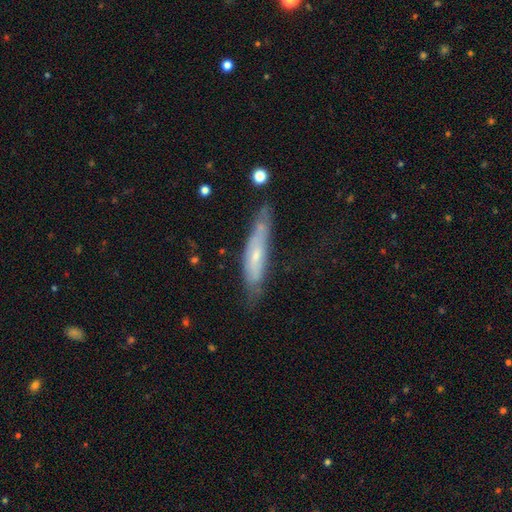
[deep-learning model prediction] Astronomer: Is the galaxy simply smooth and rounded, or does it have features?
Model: featured or disk — 52% (runner-up: smooth, 41%).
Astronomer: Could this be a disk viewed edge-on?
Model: yes — 59% (runner-up: no, 41%).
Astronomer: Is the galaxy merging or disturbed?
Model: none — 59%.